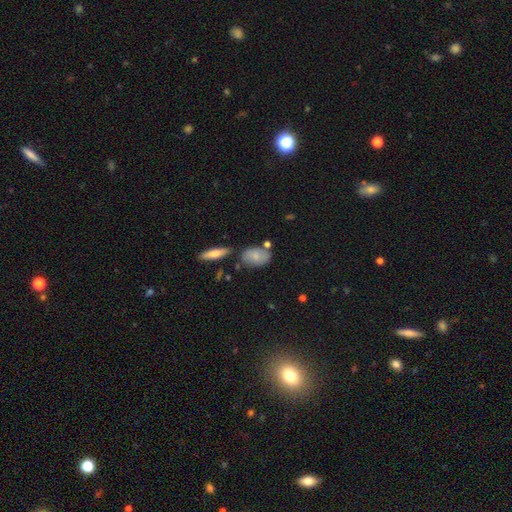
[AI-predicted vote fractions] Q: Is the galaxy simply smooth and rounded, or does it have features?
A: smooth — 76%.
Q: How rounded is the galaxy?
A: in between — 86%.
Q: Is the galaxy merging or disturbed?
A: none — 64%.